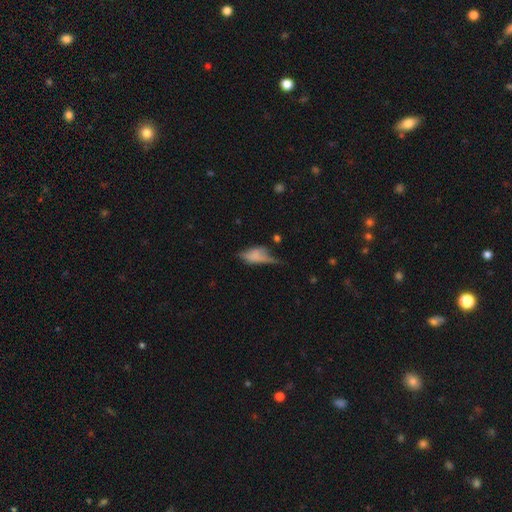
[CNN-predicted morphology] This appears to be a smooth galaxy with no disk features (54%) that is in between round and cigar-shaped (64%). Merging: none (35%).